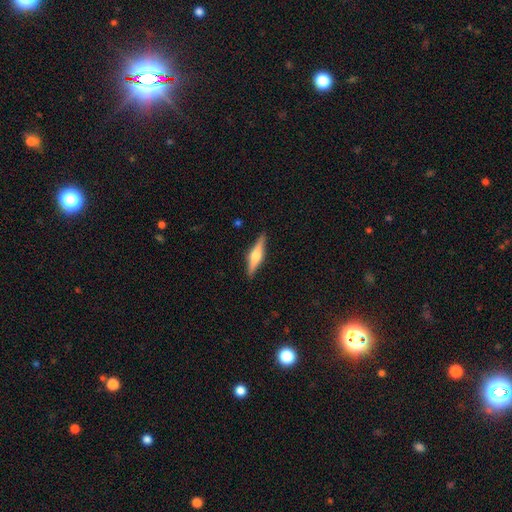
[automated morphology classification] A featured or disk galaxy (65%) viewed edge-on (97%) with a rounded central bulge (91%). Merging: none (89%).